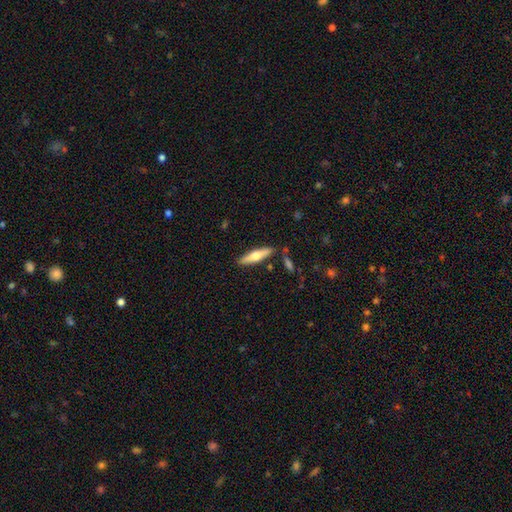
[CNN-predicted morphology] A smooth galaxy with no disk features (53%) that is cigar-shaped (74%). Merging: none (84%).